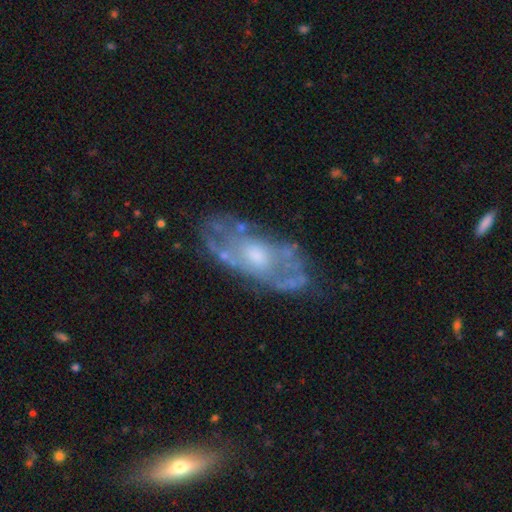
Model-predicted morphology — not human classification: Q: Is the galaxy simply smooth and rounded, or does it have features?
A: featured or disk — 75%.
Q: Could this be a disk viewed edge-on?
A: no — 87%.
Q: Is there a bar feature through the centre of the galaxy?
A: no — 76%.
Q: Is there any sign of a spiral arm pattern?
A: yes — 51%.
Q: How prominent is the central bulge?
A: moderate — 59%.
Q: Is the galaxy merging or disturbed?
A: none — 68%.